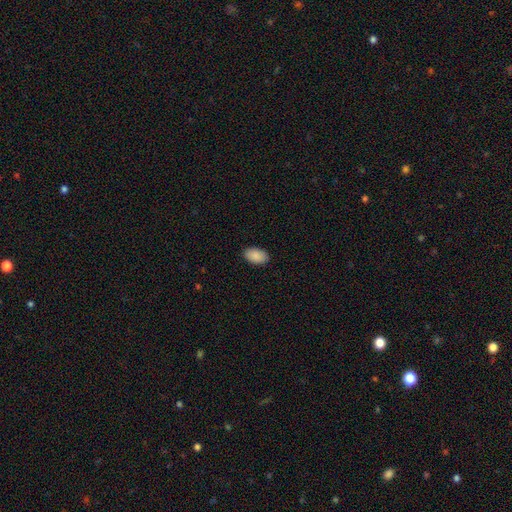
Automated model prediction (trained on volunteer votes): smooth-or-featured: smooth: 90% | star or artifact: 6% | featured or disk: 4%
  how-rounded: in between: 94% | round: 5% | cigar-shaped: 1%
  merging: none: 90% | minor disturbance: 8% | major disturbance: 2% | merger: 1%